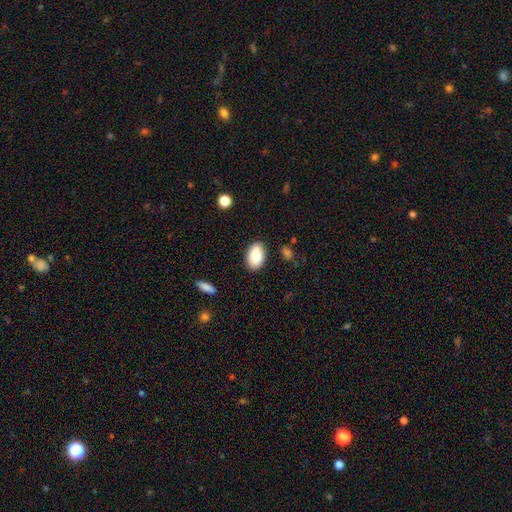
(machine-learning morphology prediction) type=smooth (90%); roundness=in between (94%); merging=none (87%).